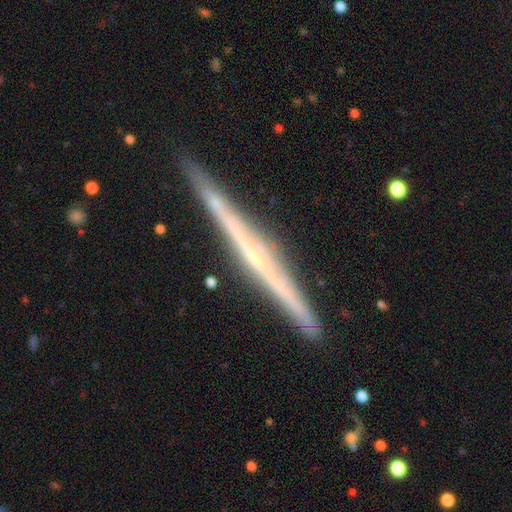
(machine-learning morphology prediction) featured or disk 83%, smooth 11%, star or artifact 5%. Down the decision tree: edge-on disk — yes (98%); edge-on bulge — rounded (46%, tied with none); merging — none (89%).